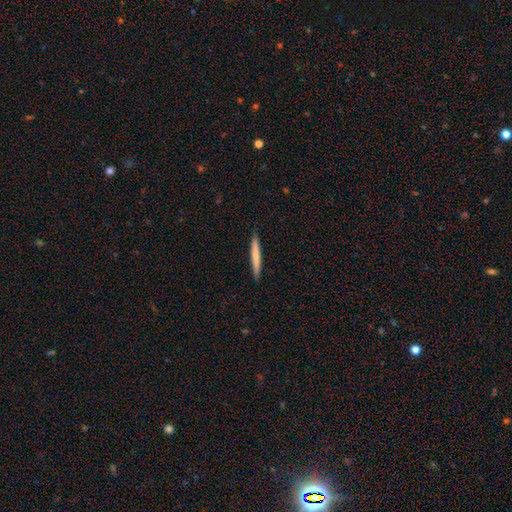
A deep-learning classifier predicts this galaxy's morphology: type=smooth (70%); roundness=cigar-shaped (97%); merging=none (92%).